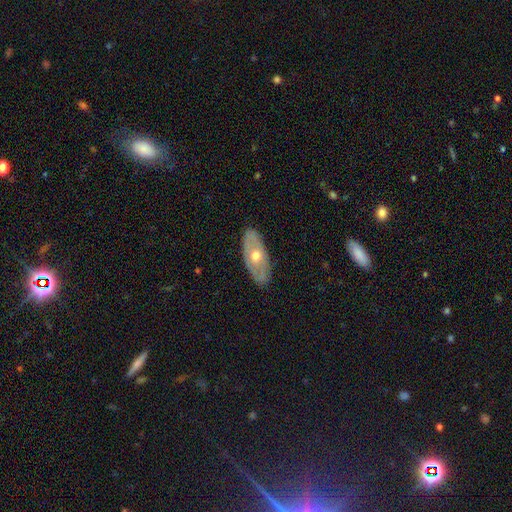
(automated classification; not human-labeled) Morphology: type=featured or disk (57%); edge-on=no (78%); merging=none (84%).